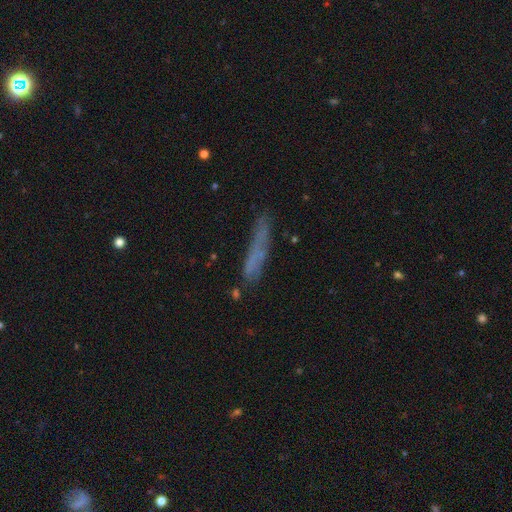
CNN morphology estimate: The model was most divided on "smooth or featured": smooth: 60%, featured or disk: 29%, star or artifact: 11%. More confident: how rounded — cigar-shaped (91%); merging — none (67%).